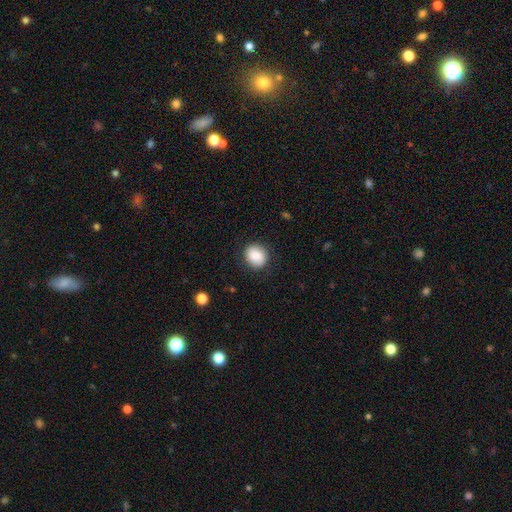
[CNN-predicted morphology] This appears to be a smooth galaxy with no disk features (85%) that is round (67%). Merging: none (84%).